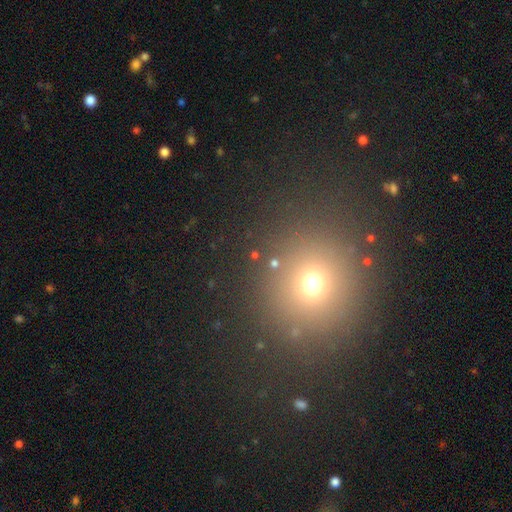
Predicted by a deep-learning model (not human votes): A smooth galaxy with no disk features (55%) that is round (84%).

Vote fractions:
- Smooth or featured? smooth: 55% / star or artifact: 36% / featured or disk: 9%
- How rounded? round: 84% / in between: 15% / cigar-shaped: 2%
- Merging? none: 84% / minor disturbance: 7% / merger: 5% / major disturbance: 4%